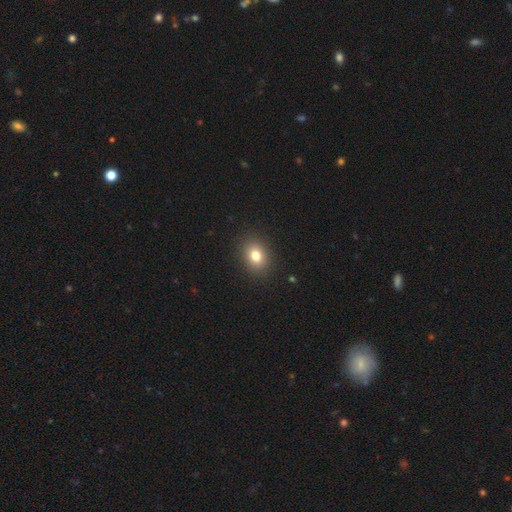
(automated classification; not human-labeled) smooth 78%, star or artifact 12%, featured or disk 9%. Down the decision tree: how rounded — round (51%); merging — none (90%).